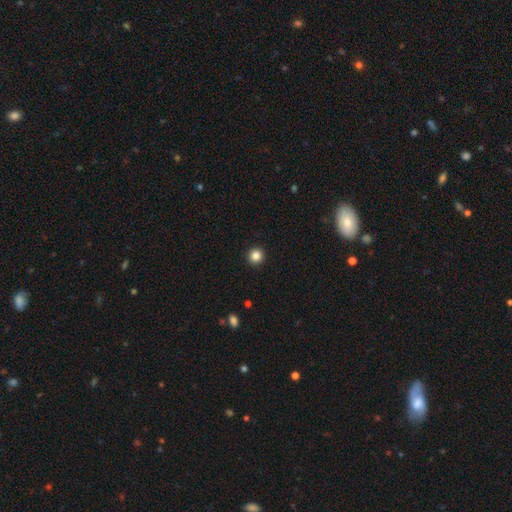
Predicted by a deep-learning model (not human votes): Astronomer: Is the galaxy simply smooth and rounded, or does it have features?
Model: smooth — 85%.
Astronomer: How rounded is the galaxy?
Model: round — 94%.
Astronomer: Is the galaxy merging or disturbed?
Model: none — 93%.